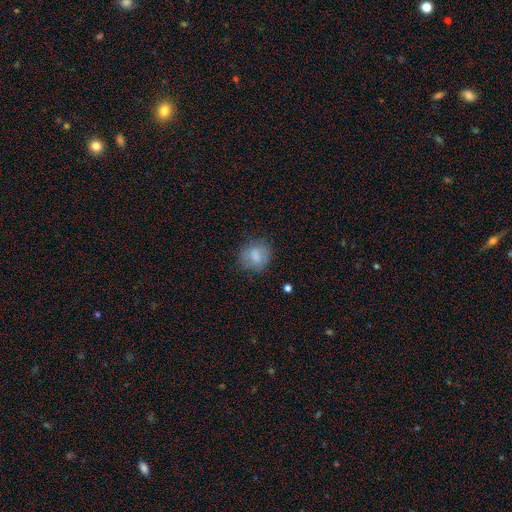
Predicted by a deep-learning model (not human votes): Overall: smooth (76%). How rounded: round (71%). Merging: none (72%).